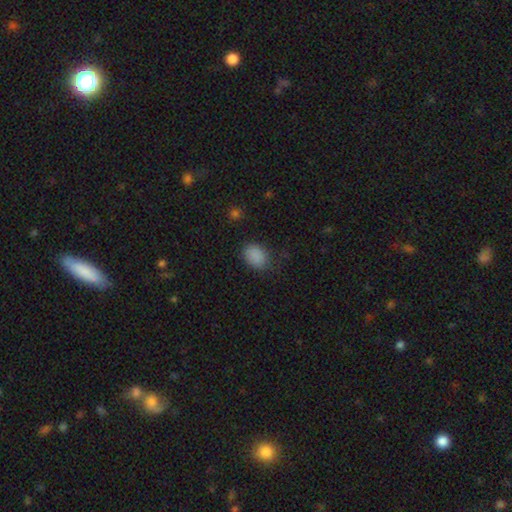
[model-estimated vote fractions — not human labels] Smooth or featured? Predicted: smooth (p=0.86). How rounded? Predicted: in between (p=0.68). Merging? Predicted: none (p=0.75).